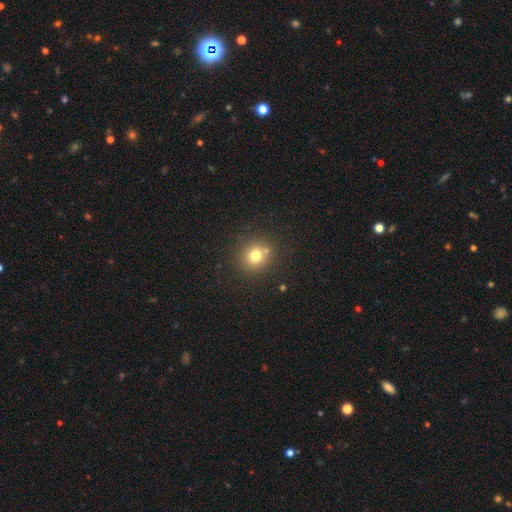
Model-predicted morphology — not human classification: smooth-or-featured: smooth: 76% | star or artifact: 15% | featured or disk: 9%
  how-rounded: round: 90% | in between: 9% | cigar-shaped: 1%
  merging: none: 80% | minor disturbance: 9% | merger: 7% | major disturbance: 3%